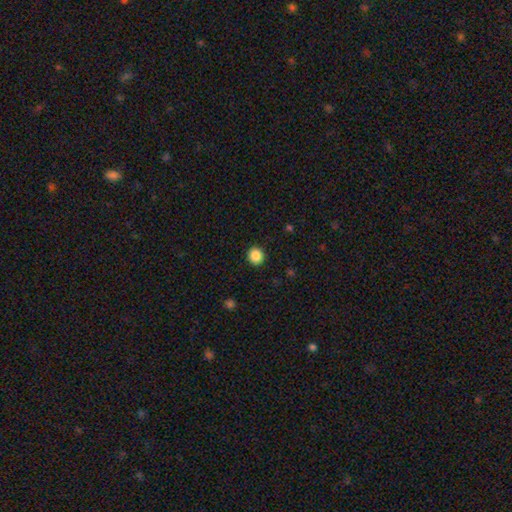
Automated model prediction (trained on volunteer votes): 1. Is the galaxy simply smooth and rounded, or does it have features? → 87% smooth, 10% star or artifact, 3% featured or disk.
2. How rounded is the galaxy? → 89% round, 10% in between, 1% cigar-shaped.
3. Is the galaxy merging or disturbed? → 92% none, 5% minor disturbance, 2% major disturbance, 1% merger.